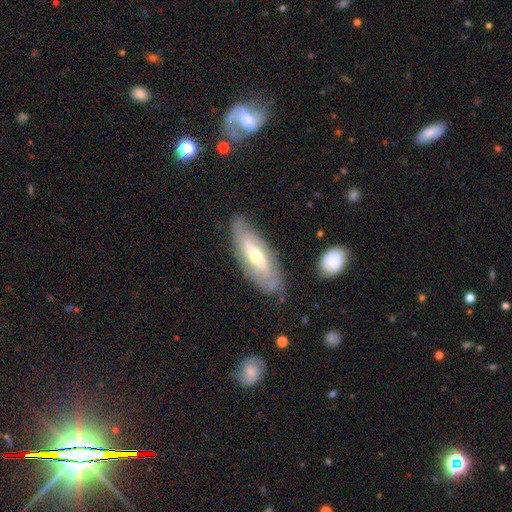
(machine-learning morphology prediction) A featured or disk galaxy (66%) with a weak bar (36%), spiral arms (63%) and a moderate central bulge (60%).

Vote fractions:
- Smooth or featured? featured or disk: 66% / smooth: 28% / star or artifact: 6%
- Edge-on disk? no: 77% / yes: 23%
- Bar? weak: 36% / strong: 35% / no: 28%
- Spiral arms? yes: 63% / no: 37%
- Bulge size? moderate: 60% / small: 31% / large: 6% / dominant: 1% / none: 1%
- Merging? none: 74% / minor disturbance: 18% / major disturbance: 6% / merger: 3%